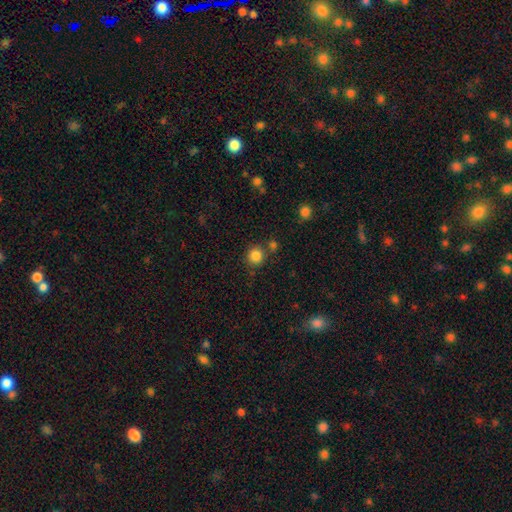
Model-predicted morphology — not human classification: This is clearly a smooth galaxy (85%). How rounded: clearly round (91%). Merging: likely none (78%).